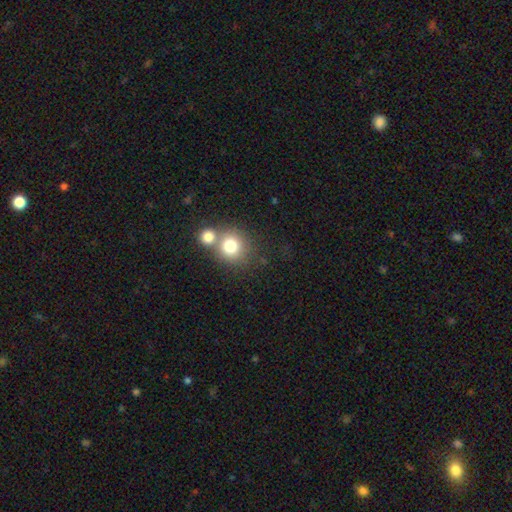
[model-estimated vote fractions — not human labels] Overall: smooth (67%). How rounded: round (85%). Merging: none (62%; merger 25%).